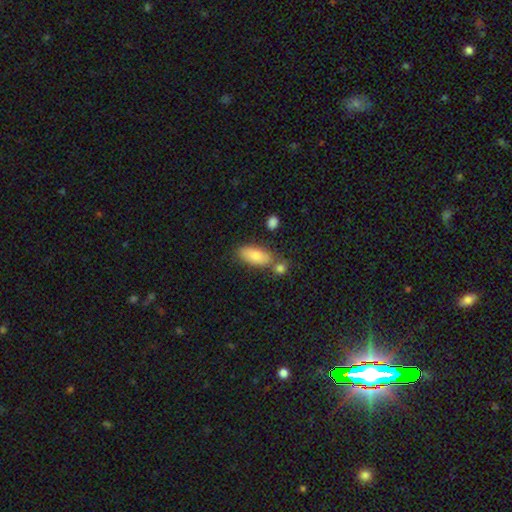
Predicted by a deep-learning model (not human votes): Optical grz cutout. It shows a smooth galaxy with no disk features (82%) that is in between round and cigar-shaped (83%). Merging: none (65%).